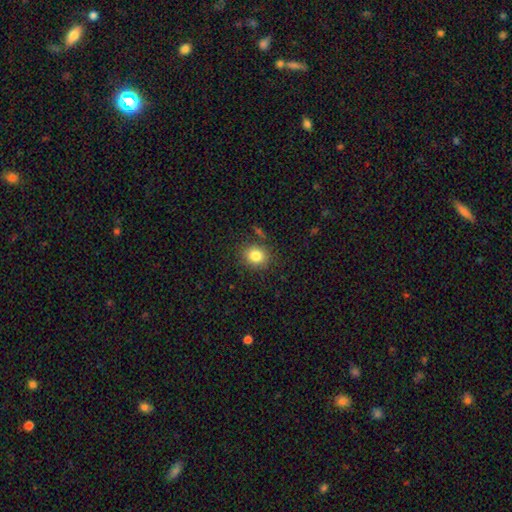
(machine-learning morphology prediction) A smooth galaxy with no disk features (82%) that is round (70%). Merging: none (83%).